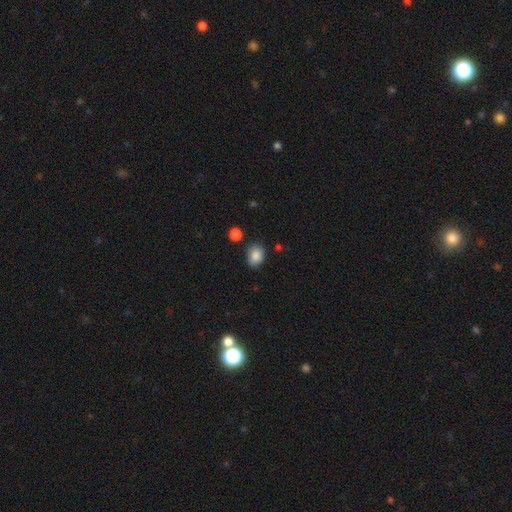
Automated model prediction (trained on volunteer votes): Smooth or featured: smooth — 86% (star or artifact — 9%)
How rounded: in between — 63% (round — 36%)
Merging: none — 77% (minor disturbance — 16%)